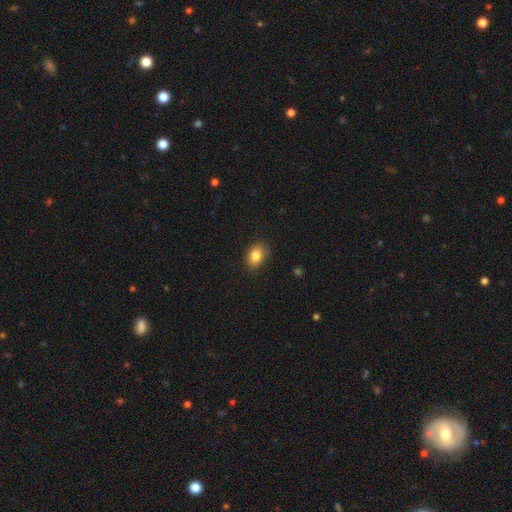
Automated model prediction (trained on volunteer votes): Smooth or featured? Predicted: smooth (p=0.85). How rounded? Predicted: in between (p=0.77). Merging? Predicted: none (p=0.83).